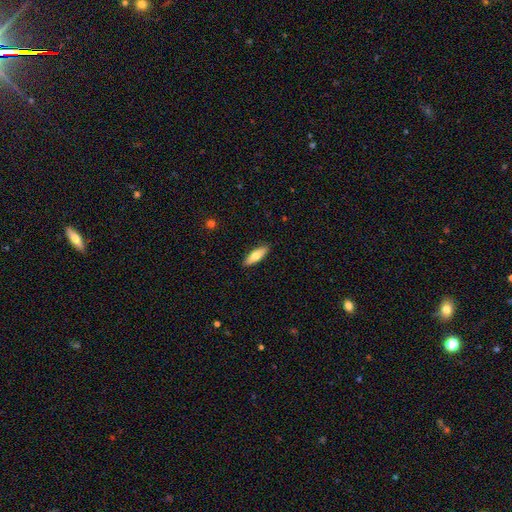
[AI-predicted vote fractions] Smooth or featured: smooth — 70% (featured or disk — 25%)
How rounded: in between — 49% (tied with cigar-shaped — 49%)
Merging: none — 89% (minor disturbance — 8%)